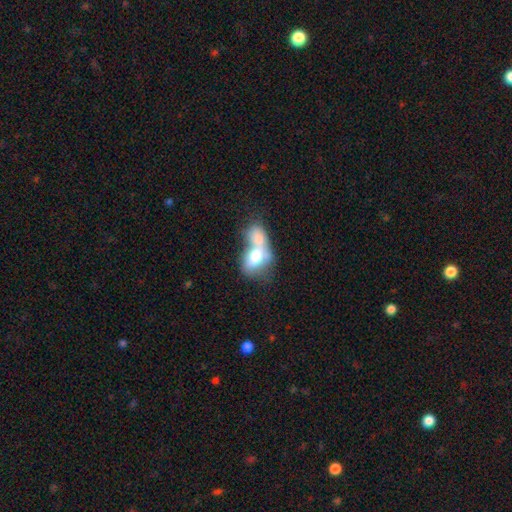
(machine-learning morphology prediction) This appears to be a smooth galaxy with no disk features (66%) that is in between round and cigar-shaped (77%). Merging: merger (74%).